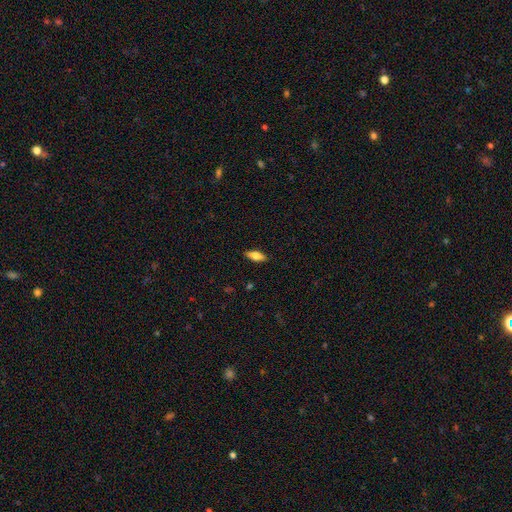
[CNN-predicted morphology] Smooth or featured? smooth (69%)
How rounded? in between (71%)
Merging? none (88%)